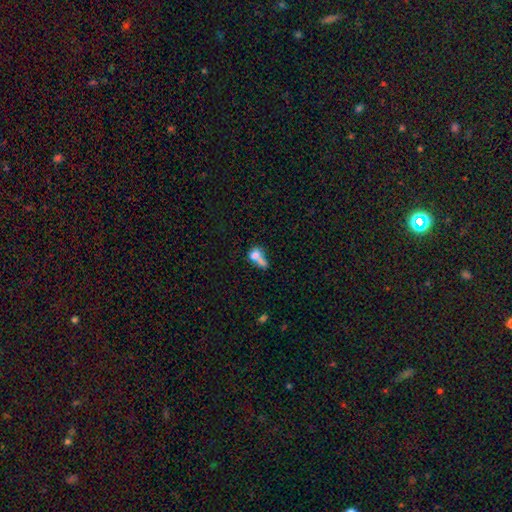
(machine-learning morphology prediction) Q: Smooth or featured?
A: smooth (66%); runner-up: featured or disk (23%)
Q: How rounded?
A: in between (54%); runner-up: round (38%)
Q: Merging?
A: merger (57%); runner-up: none (20%)